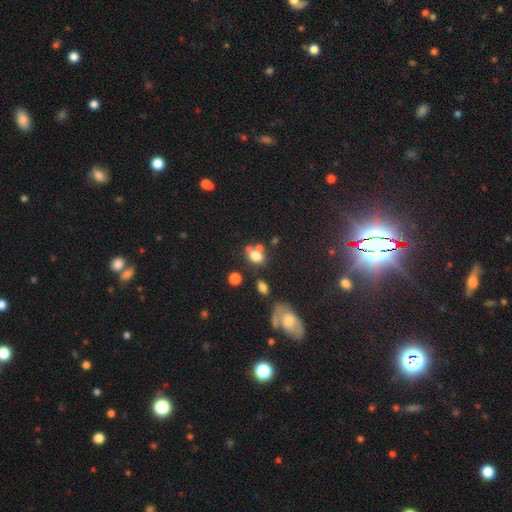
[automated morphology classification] Q: Smooth or featured?
A: smooth (72%); runner-up: featured or disk (14%)
Q: How rounded?
A: in between (63%); runner-up: round (35%)
Q: Merging?
A: none (43%); runner-up: merger (35%)